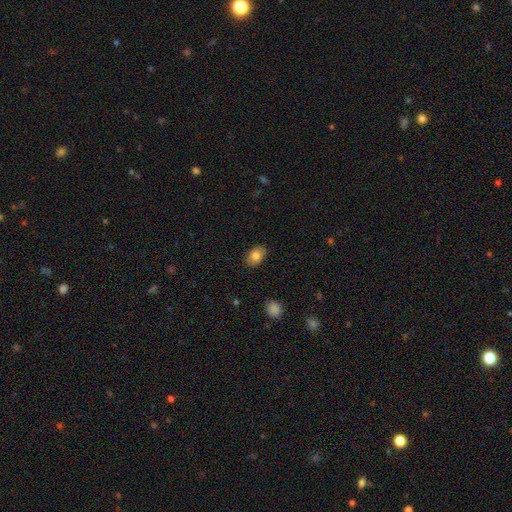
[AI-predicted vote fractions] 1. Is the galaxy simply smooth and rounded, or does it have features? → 80% smooth, 12% featured or disk, 8% star or artifact.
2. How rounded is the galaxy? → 86% in between, 13% round, 1% cigar-shaped.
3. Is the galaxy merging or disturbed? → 87% none, 10% minor disturbance, 2% major disturbance, 1% merger.